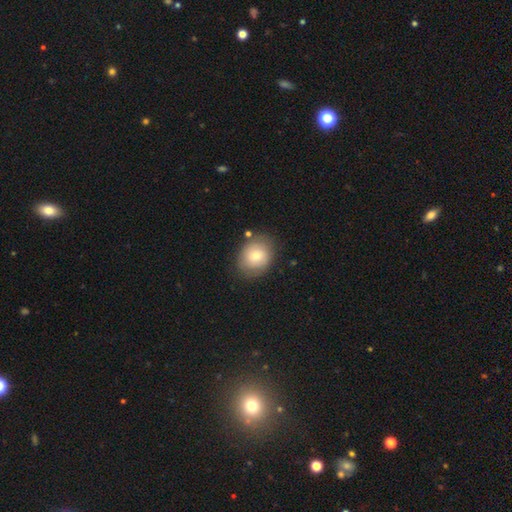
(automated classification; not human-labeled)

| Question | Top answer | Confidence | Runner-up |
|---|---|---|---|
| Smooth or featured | smooth | 70% | featured or disk (23%) |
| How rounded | round | 54% | in between (45%) |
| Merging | none | 78% | minor disturbance (15%) |